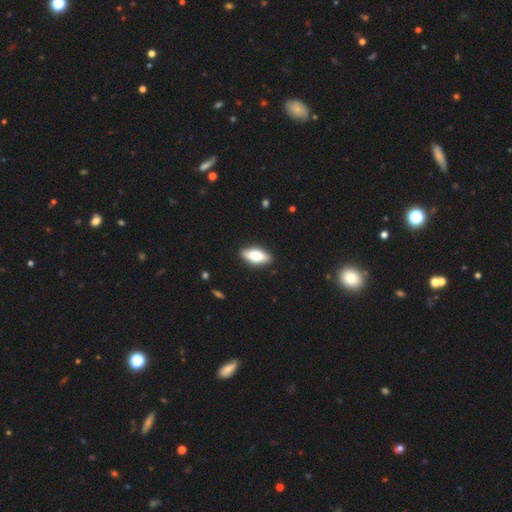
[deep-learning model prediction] smooth_or_featured: smooth (p=0.65) [alt: featured or disk p=0.29]
how_rounded: in between (p=0.80) [alt: cigar-shaped p=0.17]
merging: none (p=0.89) [alt: minor disturbance p=0.08]